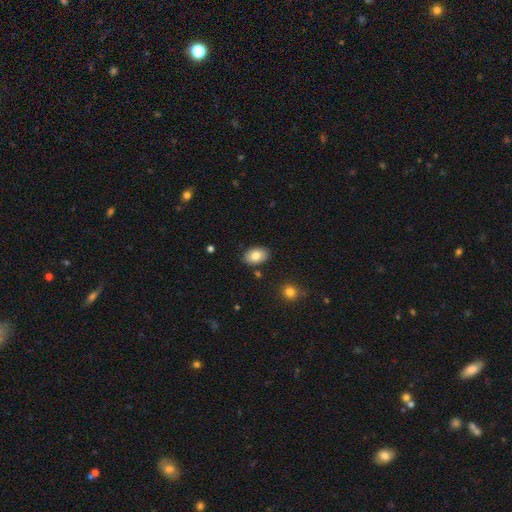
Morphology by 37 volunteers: smooth_or_featured: smooth (p=0.86) [alt: featured or disk p=0.08]
how_rounded: in between (p=0.94) [alt: round p=0.06]
merging: none (p=0.91) [alt: minor disturbance p=0.06]